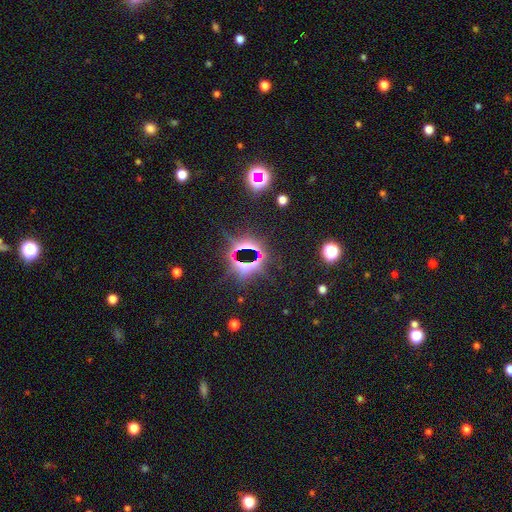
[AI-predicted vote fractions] Q: Smooth or featured?
A: star or artifact (82%); runner-up: smooth (11%)